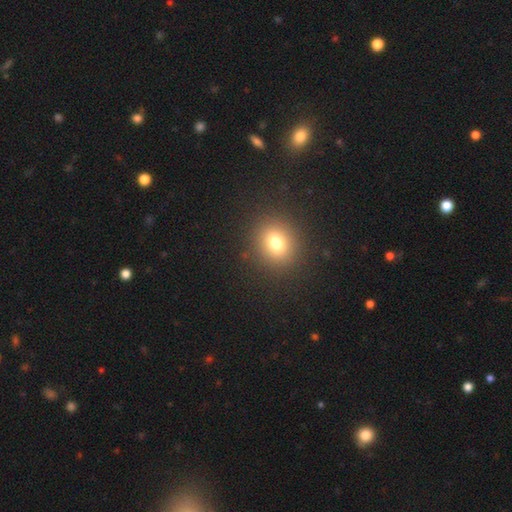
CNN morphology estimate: smooth 69%, star or artifact 23%, featured or disk 8%. Down the decision tree: how rounded — round (75%); merging — none (91%).